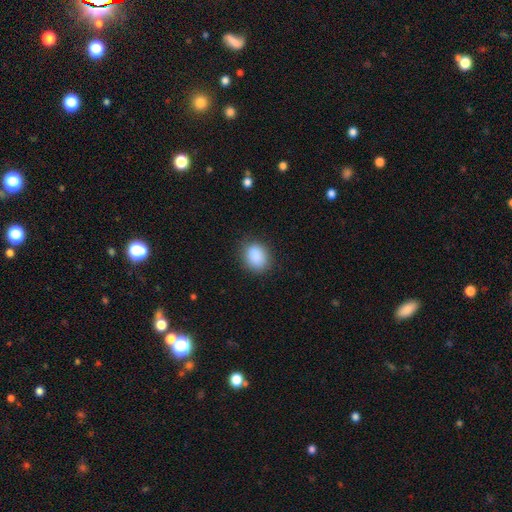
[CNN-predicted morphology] A smooth galaxy with no disk features (88%) that is in between round and cigar-shaped (57%).

Vote fractions:
- Smooth or featured? smooth: 88% / star or artifact: 8% / featured or disk: 4%
- How rounded? in between: 57% / round: 42% / cigar-shaped: 1%
- Merging? none: 83% / minor disturbance: 12% / major disturbance: 3% / merger: 1%